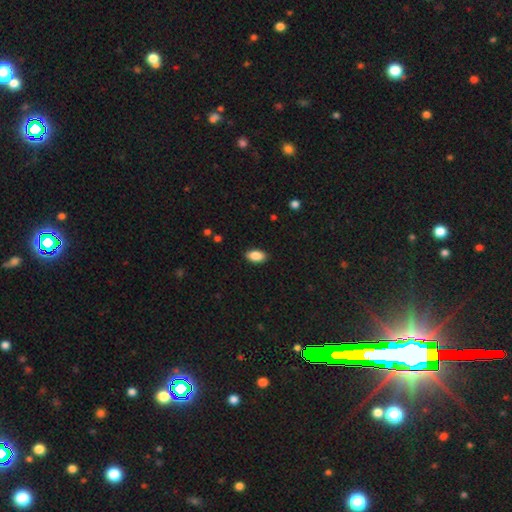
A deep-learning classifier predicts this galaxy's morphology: smooth-or-featured: smooth: 88% | star or artifact: 7% | featured or disk: 4%
  how-rounded: in between: 93% | round: 5% | cigar-shaped: 2%
  merging: none: 89% | minor disturbance: 8% | major disturbance: 2% | merger: 1%